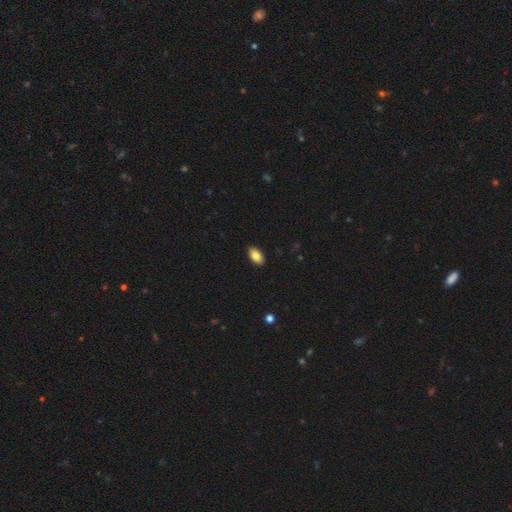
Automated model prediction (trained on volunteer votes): Morphology: type=smooth (86%); roundness=in between (94%); merging=none (90%).